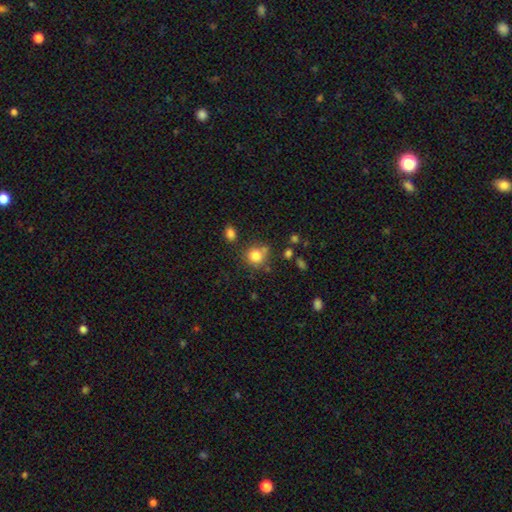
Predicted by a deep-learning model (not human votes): smooth-or-featured: smooth: 81% | star or artifact: 12% | featured or disk: 7%
  how-rounded: round: 85% | in between: 14% | cigar-shaped: 1%
  merging: none: 67% | merger: 14% | minor disturbance: 14% | major disturbance: 5%